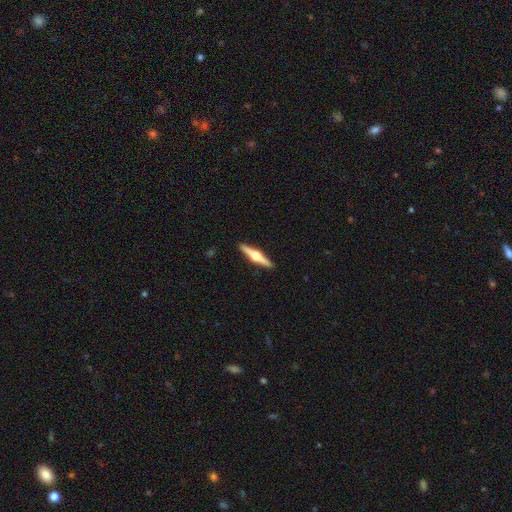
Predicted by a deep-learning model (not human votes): Morphology: type=featured or disk (75%); edge-on=yes (98%); edge-on bulge=rounded (96%); merging=none (92%).